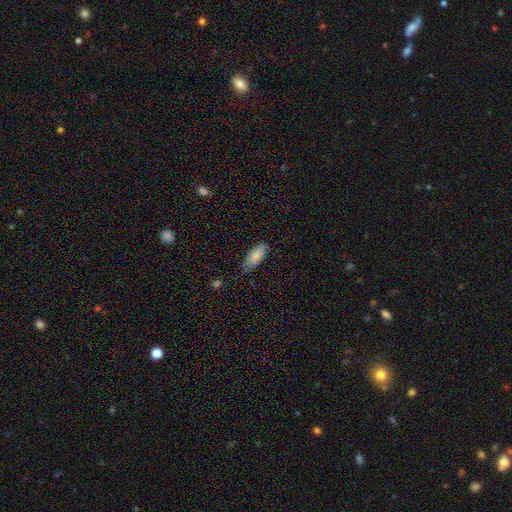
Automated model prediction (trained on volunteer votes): Q: Smooth or featured?
A: smooth (83%); runner-up: featured or disk (11%)
Q: How rounded?
A: in between (86%); runner-up: cigar-shaped (12%)
Q: Merging?
A: none (78%); runner-up: minor disturbance (18%)